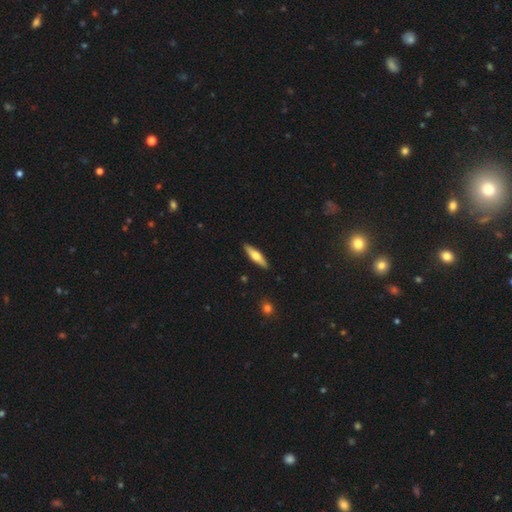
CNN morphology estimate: A smooth galaxy with no disk features (50%).

Vote fractions:
- Smooth or featured? smooth: 50% / featured or disk: 45% / star or artifact: 5%
- Merging? none: 90% / minor disturbance: 7% / major disturbance: 2% / merger: 1%